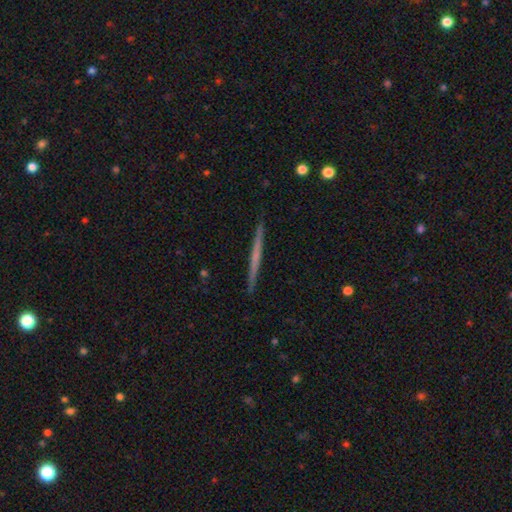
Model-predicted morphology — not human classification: Overall: featured or disk (55%; smooth 40%). Edge-on disk: yes (98%). Edge-on bulge: none (87%). Merging: none (93%).